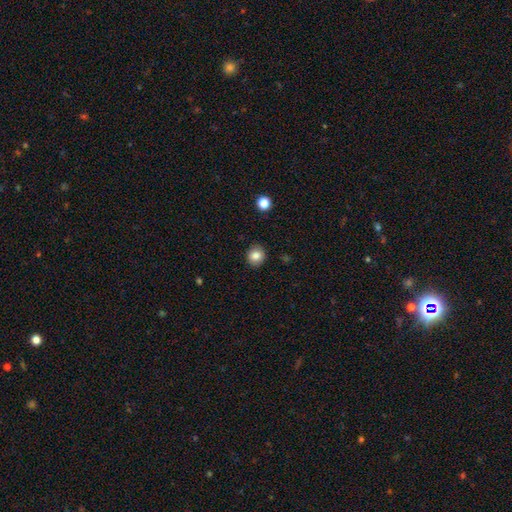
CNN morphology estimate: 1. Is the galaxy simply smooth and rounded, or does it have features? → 83% smooth, 10% star or artifact, 6% featured or disk.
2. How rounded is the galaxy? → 82% round, 17% in between, 1% cigar-shaped.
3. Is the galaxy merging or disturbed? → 90% none, 7% minor disturbance, 2% major disturbance, 1% merger.